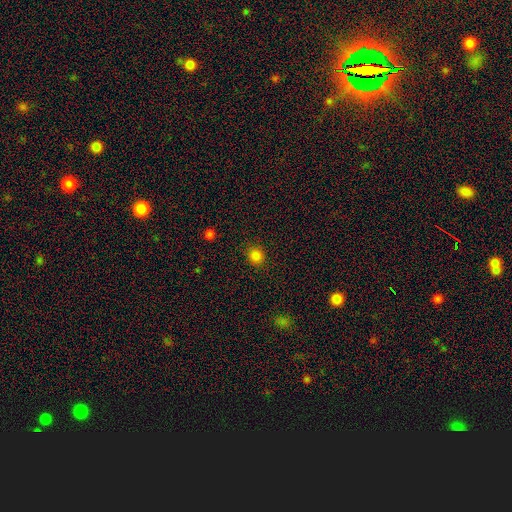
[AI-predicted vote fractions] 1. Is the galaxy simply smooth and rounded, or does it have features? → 83% smooth, 13% star or artifact, 3% featured or disk.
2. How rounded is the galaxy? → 86% round, 13% in between, 1% cigar-shaped.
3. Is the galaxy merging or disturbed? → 89% none, 7% minor disturbance, 2% major disturbance, 1% merger.